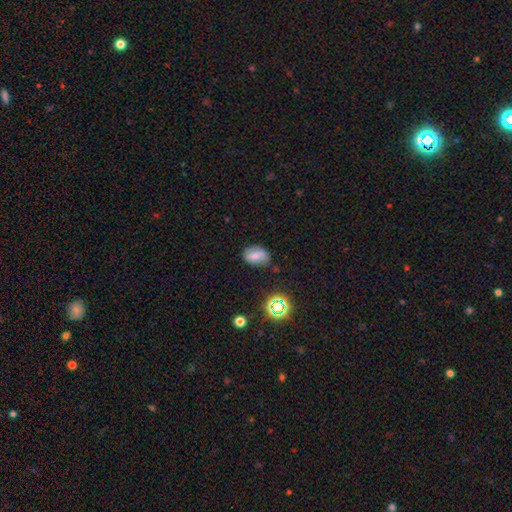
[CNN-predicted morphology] smooth 62%, featured or disk 23%, star or artifact 15%. Down the decision tree: how rounded — in between (79%); merging — none (68%).